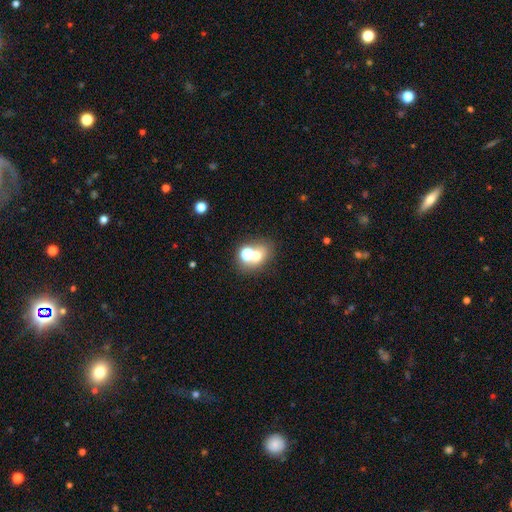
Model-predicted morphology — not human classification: type=smooth (62%); roundness=round (55%); merging=none (49%).